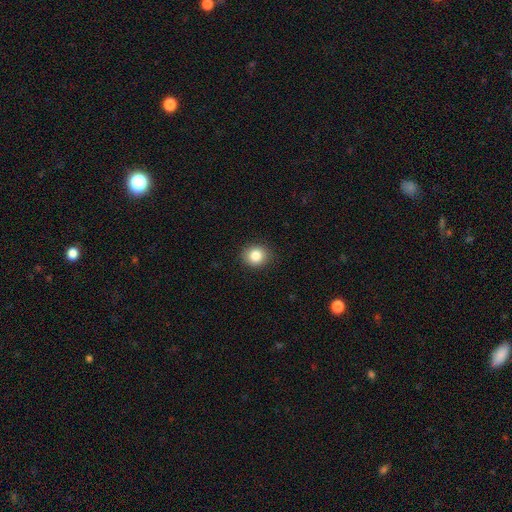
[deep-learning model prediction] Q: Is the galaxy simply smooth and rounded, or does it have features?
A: smooth — 84%.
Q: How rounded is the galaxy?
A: round — 80%.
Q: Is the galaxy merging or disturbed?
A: none — 90%.